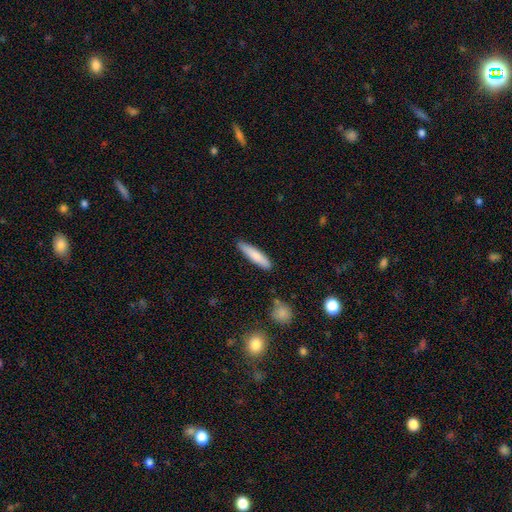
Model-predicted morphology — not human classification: Overall: smooth (79%). How rounded: cigar-shaped (84%). Merging: none (85%).